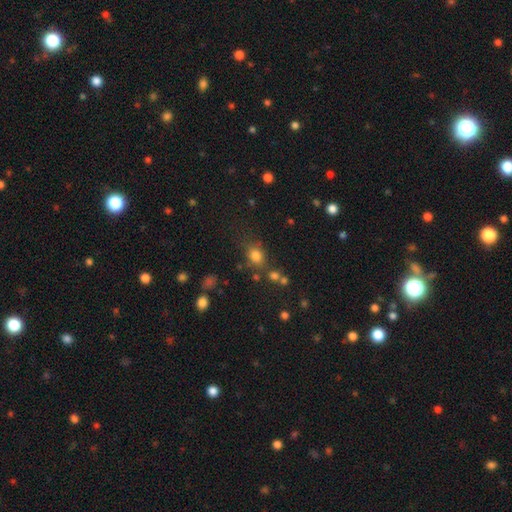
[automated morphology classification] Smooth or featured?
  - smooth: 77% *
  - star or artifact: 15%
  - featured or disk: 7%
How rounded?
  - in between: 51% *
  - round: 47%
  - cigar-shaped: 2%
Merging?
  - none: 65% *
  - minor disturbance: 17%
  - merger: 11%
  - major disturbance: 7%